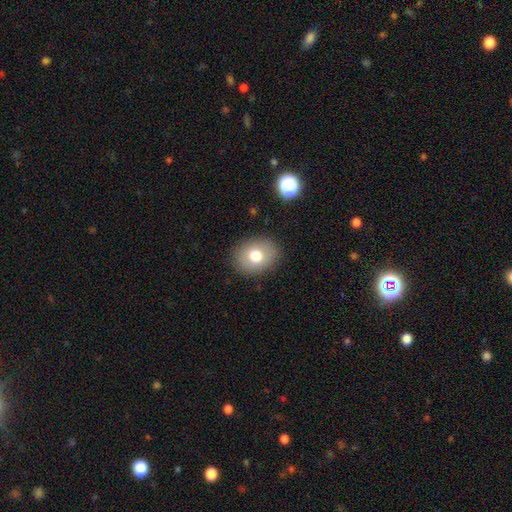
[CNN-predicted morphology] A smooth galaxy with no disk features (75%) that is round (51%).

Vote fractions:
- Smooth or featured? smooth: 75% / featured or disk: 15% / star or artifact: 10%
- How rounded? round: 51% / in between: 48% / cigar-shaped: 1%
- Merging? none: 88% / minor disturbance: 8% / major disturbance: 3% / merger: 1%